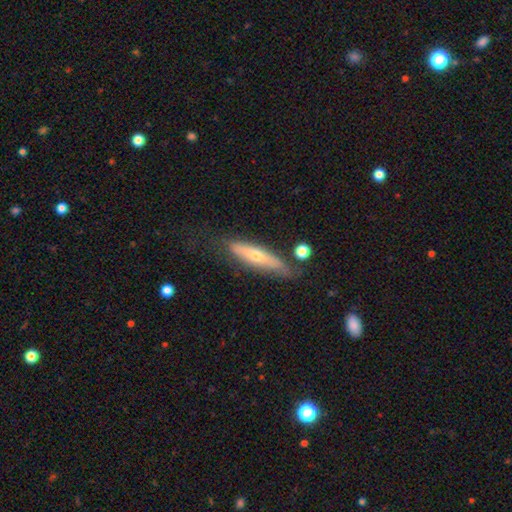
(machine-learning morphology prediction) A featured or disk galaxy (49%).

Vote fractions:
- Smooth or featured? featured or disk: 49% / smooth: 44% / star or artifact: 7%
- Merging? none: 67% / minor disturbance: 21% / major disturbance: 8% / merger: 4%